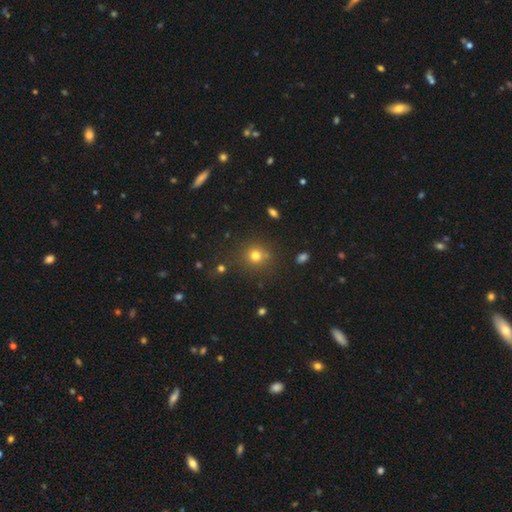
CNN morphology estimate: Smooth or featured? smooth (74%)
How rounded? round (89%)
Merging? none (78%)